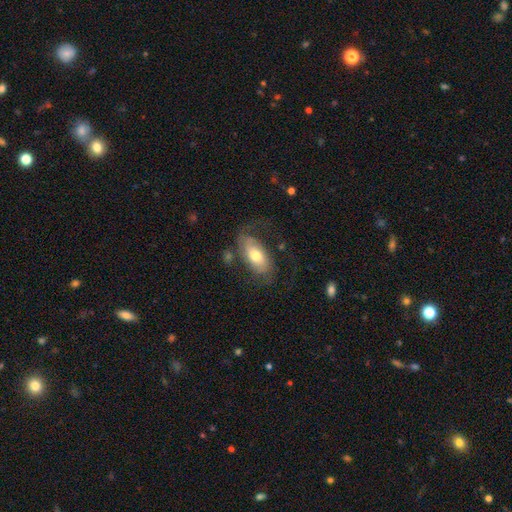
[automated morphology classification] The model was most divided on "smooth or featured": featured or disk: 50%, smooth: 43%, star or artifact: 7%. More confident: merging — none (53%).